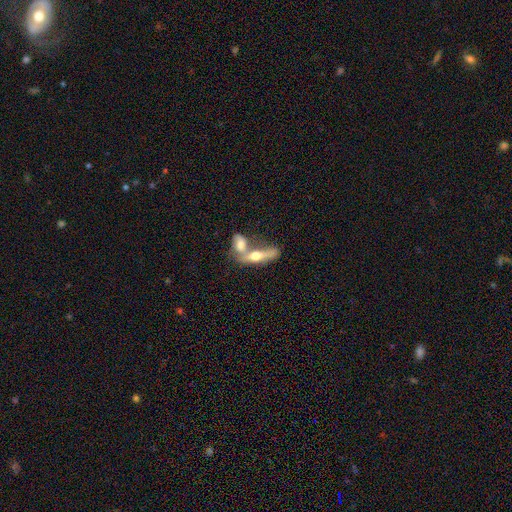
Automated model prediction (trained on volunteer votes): Smooth or featured? Predicted: featured or disk (p=0.50). Edge-on disk? Predicted: yes (p=0.72). Merging? Predicted: merger (p=0.63).